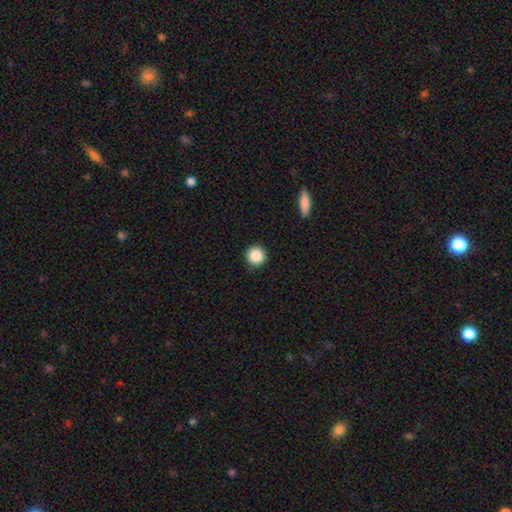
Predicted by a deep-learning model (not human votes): Overall: smooth (87%). How rounded: round (96%). Merging: none (92%).